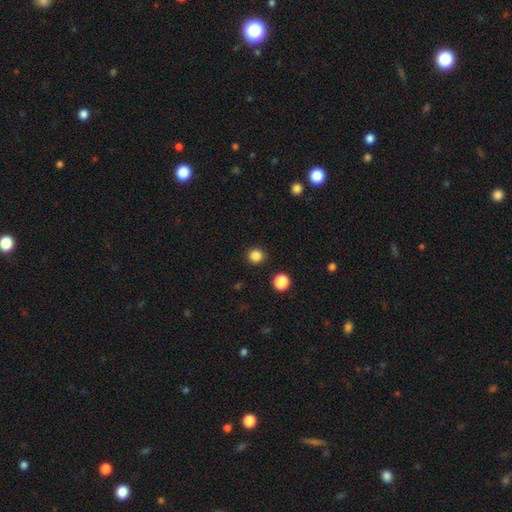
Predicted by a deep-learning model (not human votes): Smooth or featured? smooth (85%)
How rounded? round (94%)
Merging? none (91%)